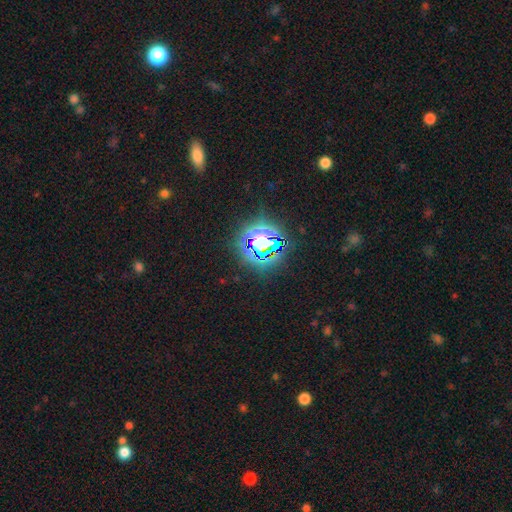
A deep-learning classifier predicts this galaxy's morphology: Smooth or featured? star or artifact (77%)